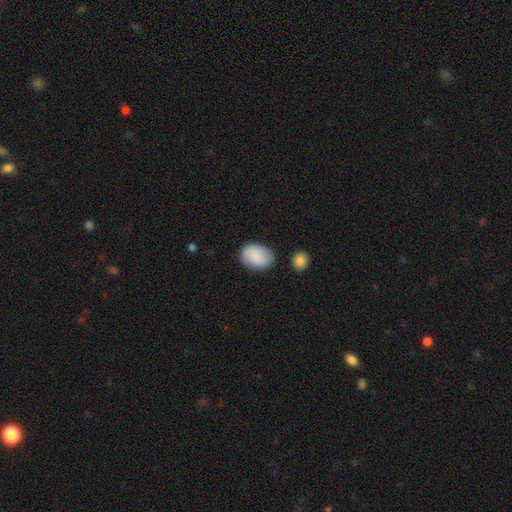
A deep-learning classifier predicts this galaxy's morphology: A smooth galaxy with no disk features (87%) that is in between round and cigar-shaped (72%). Merging: none (78%).